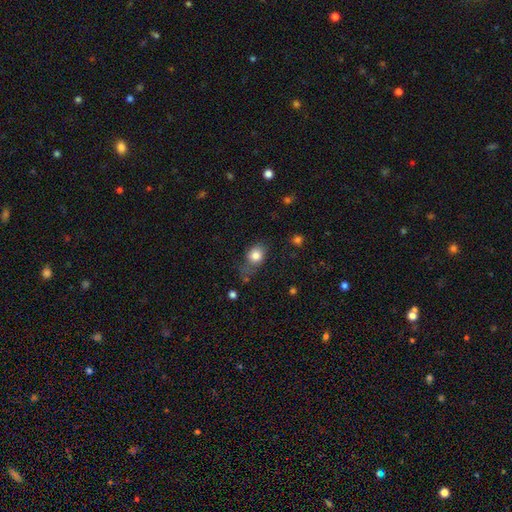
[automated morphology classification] Q: Smooth or featured?
A: smooth (81%); runner-up: star or artifact (10%)
Q: How rounded?
A: in between (51%); runner-up: round (47%)
Q: Merging?
A: none (57%); runner-up: minor disturbance (27%)